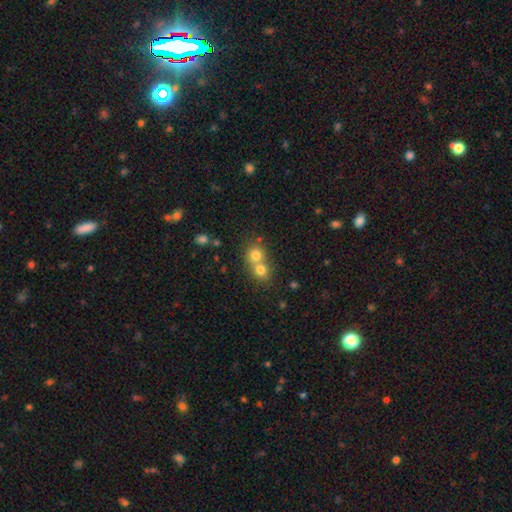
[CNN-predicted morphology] smooth_or_featured: smooth (p=0.75) [alt: star or artifact p=0.13]
how_rounded: round (p=0.83) [alt: in between p=0.16]
merging: merger (p=0.61) [alt: none p=0.33]